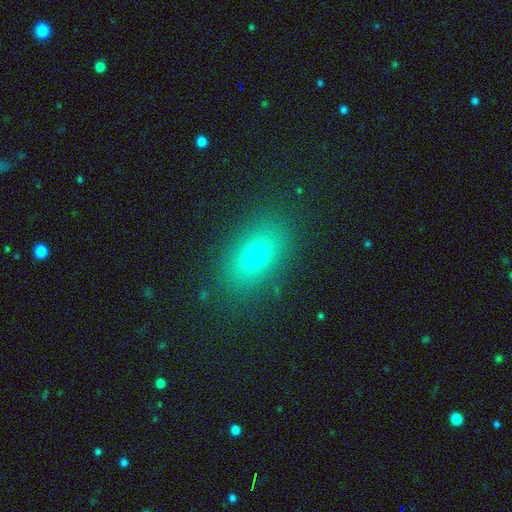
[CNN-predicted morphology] smooth-or-featured: smooth: 69% | star or artifact: 15% | featured or disk: 15%
  how-rounded: in between: 81% | round: 16% | cigar-shaped: 3%
  merging: none: 85% | minor disturbance: 9% | major disturbance: 4% | merger: 1%